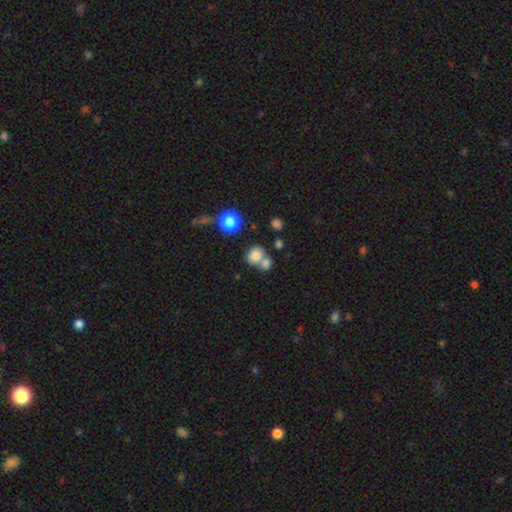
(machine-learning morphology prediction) type=smooth (78%); roundness=round (64%); merging=merger (48%).